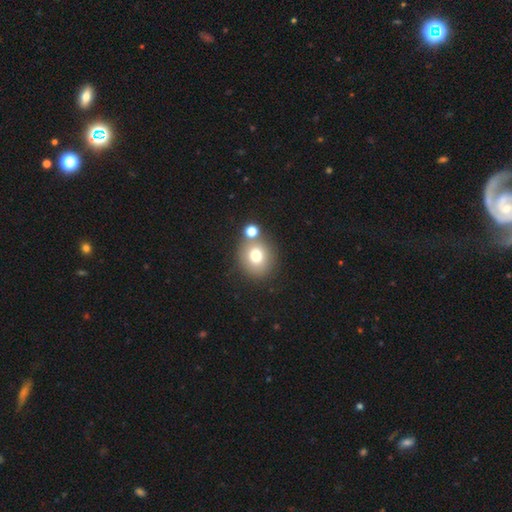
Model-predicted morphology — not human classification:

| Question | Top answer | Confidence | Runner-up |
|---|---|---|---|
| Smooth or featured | smooth | 75% | featured or disk (13%) |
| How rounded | round | 82% | in between (17%) |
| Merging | none | 66% | merger (20%) |